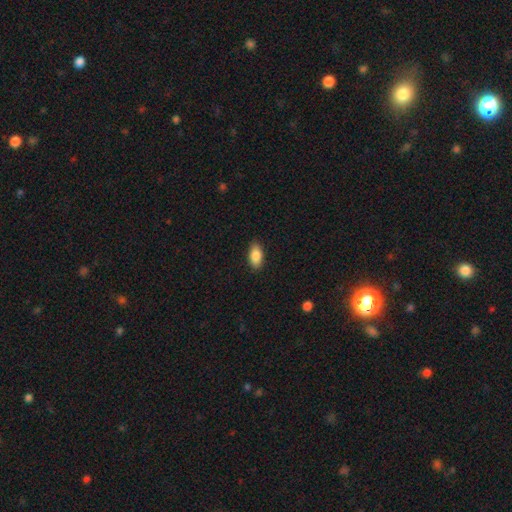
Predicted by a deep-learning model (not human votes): Smooth or featured? Predicted: smooth (p=0.87). How rounded? Predicted: in between (p=0.90). Merging? Predicted: none (p=0.88).